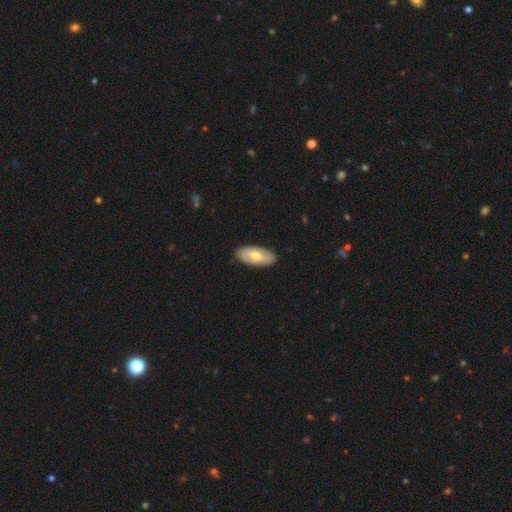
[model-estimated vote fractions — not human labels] The model was most divided on "smooth or featured": smooth: 61%, featured or disk: 34%, star or artifact: 5%. More confident: how rounded — in between (91%); merging — none (88%).